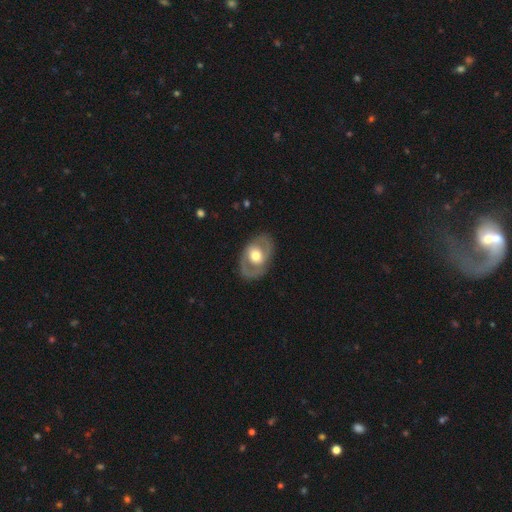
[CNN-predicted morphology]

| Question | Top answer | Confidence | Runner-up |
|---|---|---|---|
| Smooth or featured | featured or disk | 63% | smooth (32%) |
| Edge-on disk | no | 93% | yes (7%) |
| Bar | no | 67% | weak (24%) |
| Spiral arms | no | 58% | yes (42%) |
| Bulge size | moderate | 60% | large (31%) |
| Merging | none | 81% | minor disturbance (12%) |